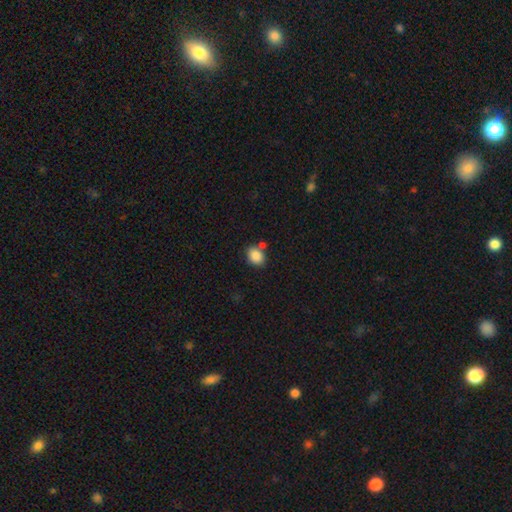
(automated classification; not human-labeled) Overall: smooth (86%). How rounded: in between (57%; round 42%). Merging: none (66%).